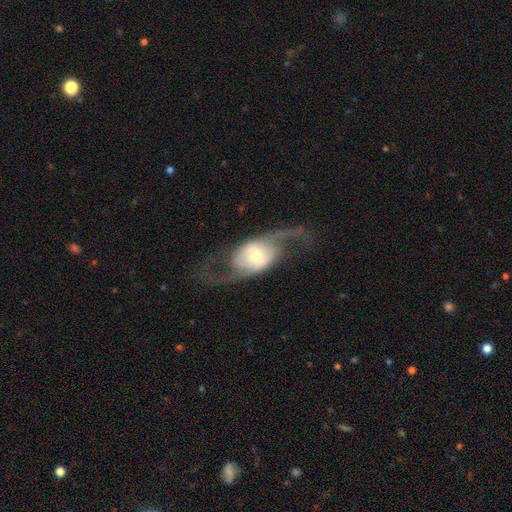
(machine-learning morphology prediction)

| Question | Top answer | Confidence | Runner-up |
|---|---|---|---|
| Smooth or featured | featured or disk | 75% | smooth (20%) |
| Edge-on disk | no | 88% | yes (12%) |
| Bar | no | 63% | weak (25%) |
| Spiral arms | yes | 78% | no (22%) |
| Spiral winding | loose | 66% | medium (27%) |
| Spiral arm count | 2 | 89% | can't tell (5%) |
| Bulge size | moderate | 52% | small (33%) |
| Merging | none | 58% | major disturbance (26%) |